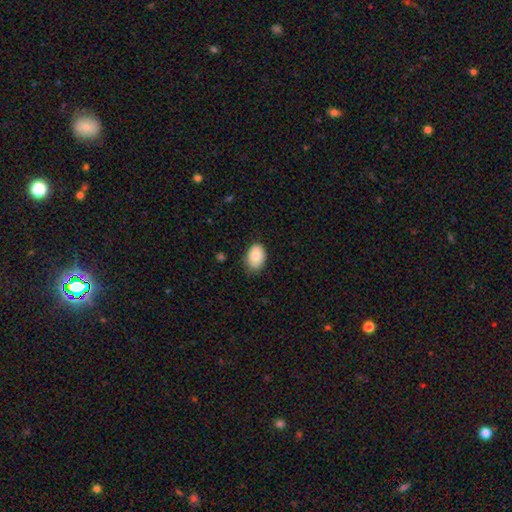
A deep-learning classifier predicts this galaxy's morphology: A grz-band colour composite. It shows a smooth galaxy with no disk features (84%) that is in between round and cigar-shaped (85%). Merging: none (79%).